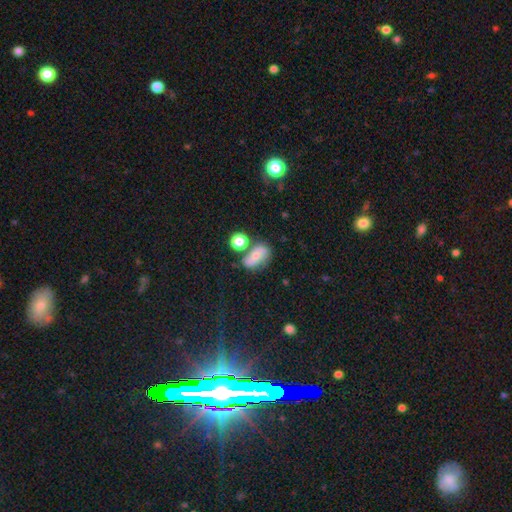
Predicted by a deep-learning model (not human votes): Smooth or featured: featured or disk — 45% (smooth — 42%)
Merging: none — 56% (minor disturbance — 19%)